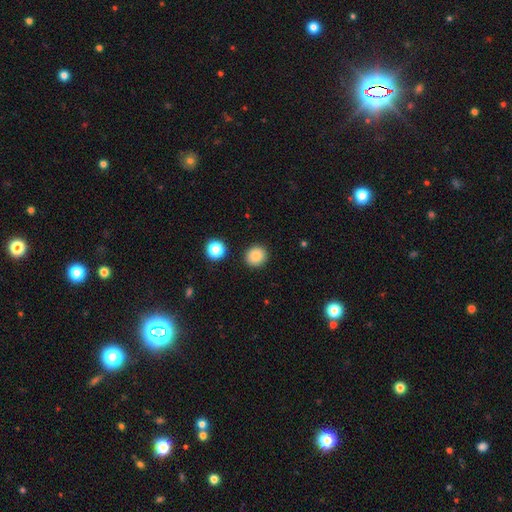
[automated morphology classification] smooth-or-featured: smooth: 86% | star or artifact: 10% | featured or disk: 4%
  how-rounded: round: 88% | in between: 11% | cigar-shaped: 1%
  merging: none: 90% | minor disturbance: 6% | major disturbance: 2% | merger: 2%